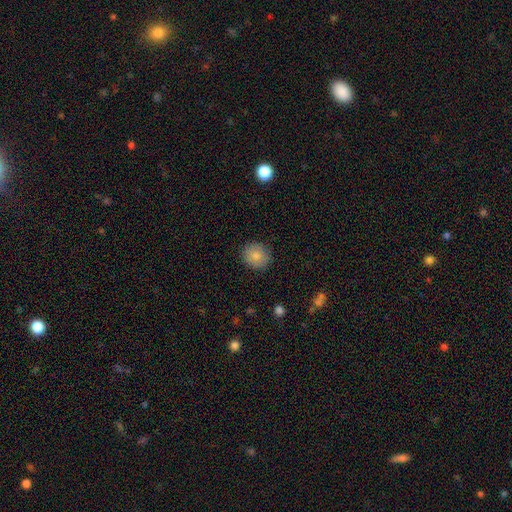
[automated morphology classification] Smooth or featured?
  - smooth: 84% *
  - star or artifact: 8%
  - featured or disk: 8%
How rounded?
  - round: 79% *
  - in between: 20%
  - cigar-shaped: 1%
Merging?
  - none: 88% *
  - minor disturbance: 9%
  - major disturbance: 2%
  - merger: 1%